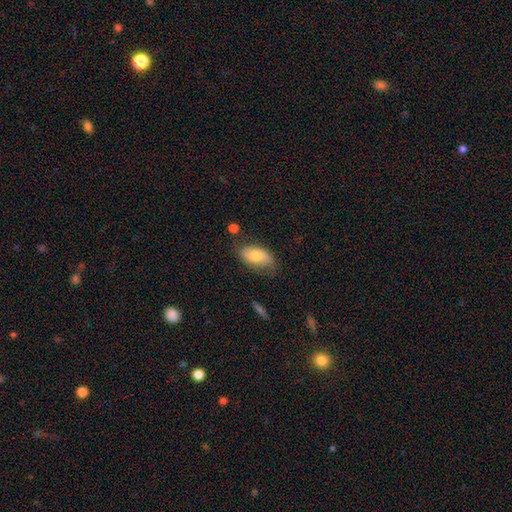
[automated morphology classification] Smooth or featured? Predicted: smooth (p=0.64). How rounded? Predicted: in between (p=0.92). Merging? Predicted: none (p=0.66).